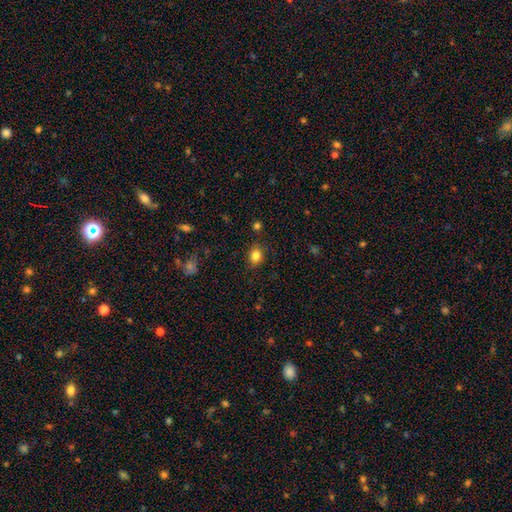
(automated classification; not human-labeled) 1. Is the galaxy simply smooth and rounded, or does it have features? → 84% smooth, 11% star or artifact, 6% featured or disk.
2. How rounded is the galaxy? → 55% in between, 44% round, 1% cigar-shaped.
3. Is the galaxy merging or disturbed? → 84% none, 11% minor disturbance, 3% major disturbance, 2% merger.